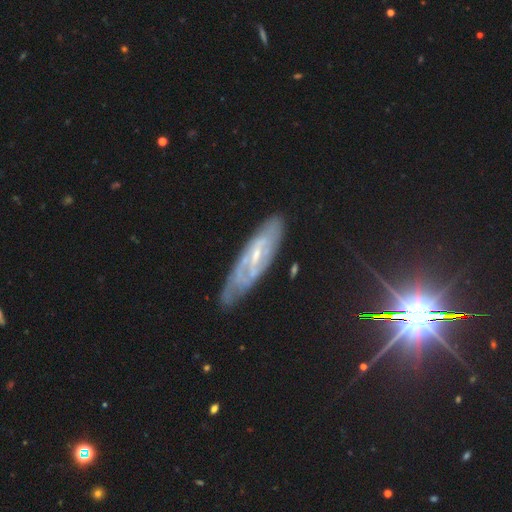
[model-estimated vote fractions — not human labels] featured or disk 75%, smooth 16%, star or artifact 9%. Down the decision tree: edge-on disk — no (71%); bar — weak (46%); spiral arms — yes (77%); bulge size — small (66%); merging — none (68%).